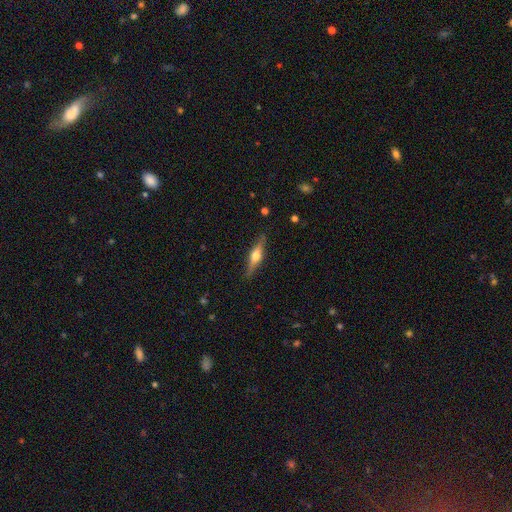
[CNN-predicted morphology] This is likely a featured or disk galaxy (66%). It is clearly viewed edge-on (96%). Edge-on bulge: clearly rounded (93%). Merging: clearly none (88%).